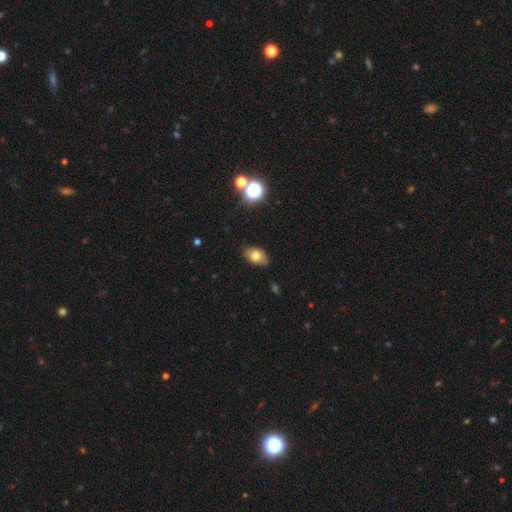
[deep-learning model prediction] A smooth galaxy with no disk features (75%) that is in between round and cigar-shaped (85%).

Vote fractions:
- Smooth or featured? smooth: 75% / featured or disk: 14% / star or artifact: 11%
- How rounded? in between: 85% / round: 13% / cigar-shaped: 2%
- Merging? none: 83% / minor disturbance: 13% / major disturbance: 2% / merger: 1%